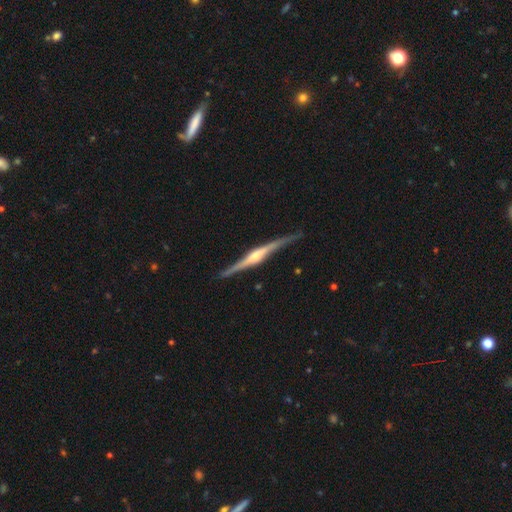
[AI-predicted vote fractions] smooth-or-featured: featured or disk: 84% | smooth: 11% | star or artifact: 5%
  disk-edge-on: yes: 98% | no: 2%
    edge-on-bulge: rounded: 79% | boxy: 14% | none: 8%
  merging: none: 86% | minor disturbance: 11% | major disturbance: 2% | merger: 1%